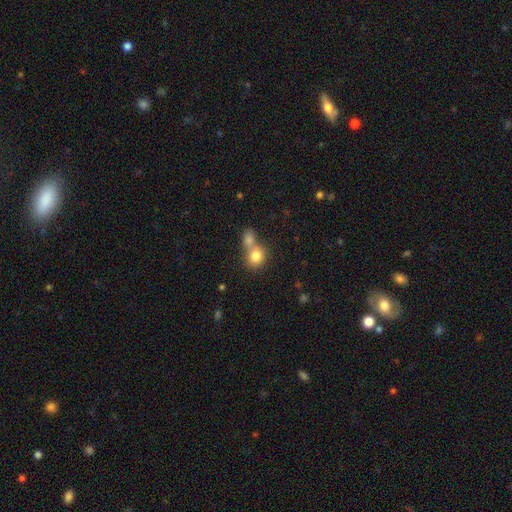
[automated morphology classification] A smooth galaxy with no disk features (80%) that is round (72%). Merging: merger (54%).